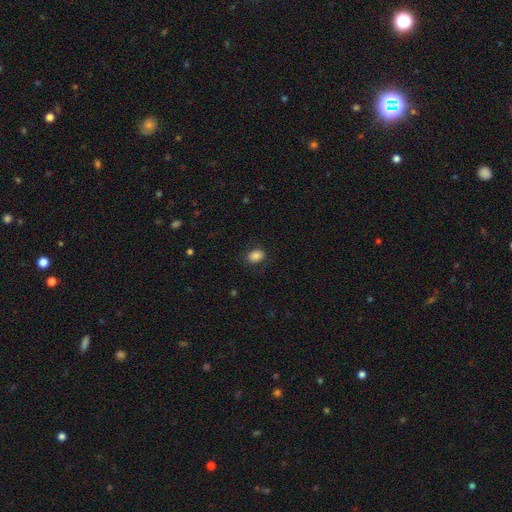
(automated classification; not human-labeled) Overall: smooth (85%). How rounded: in between (66%; round 33%). Merging: none (82%).